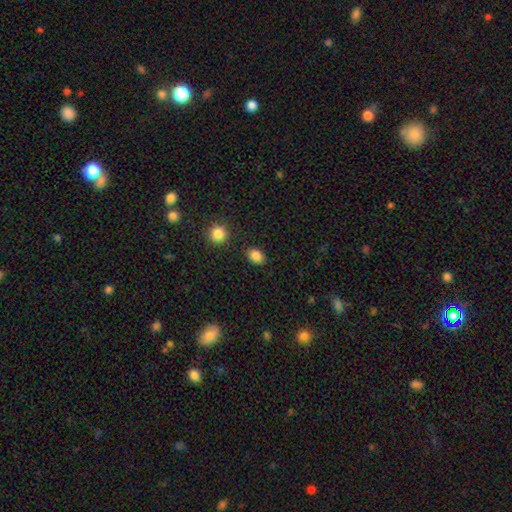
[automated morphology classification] Smooth or featured? Predicted: smooth (p=0.86). How rounded? Predicted: in between (p=0.73). Merging? Predicted: none (p=0.85).